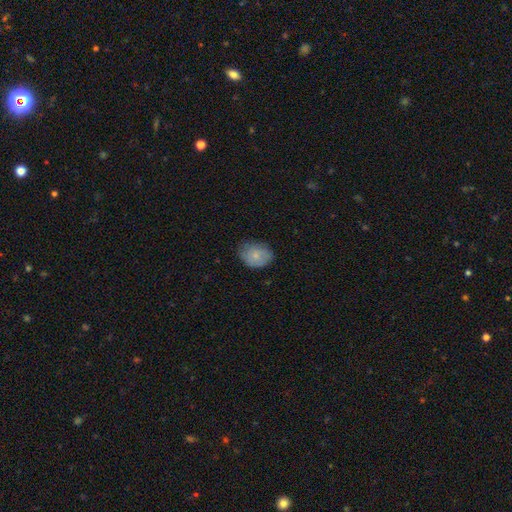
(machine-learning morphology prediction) Smooth or featured? Predicted: smooth (p=0.78). How rounded? Predicted: in between (p=0.57). Merging? Predicted: none (p=0.69).